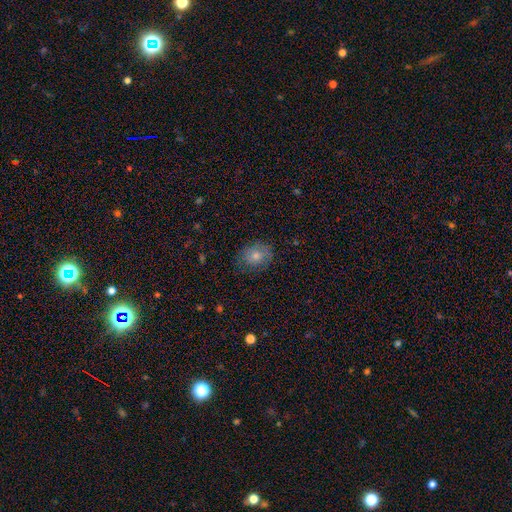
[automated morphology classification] smooth_or_featured: smooth (p=0.63) [alt: featured or disk p=0.23]
how_rounded: round (p=0.52) [alt: in between p=0.47]
merging: none (p=0.79) [alt: minor disturbance p=0.16]